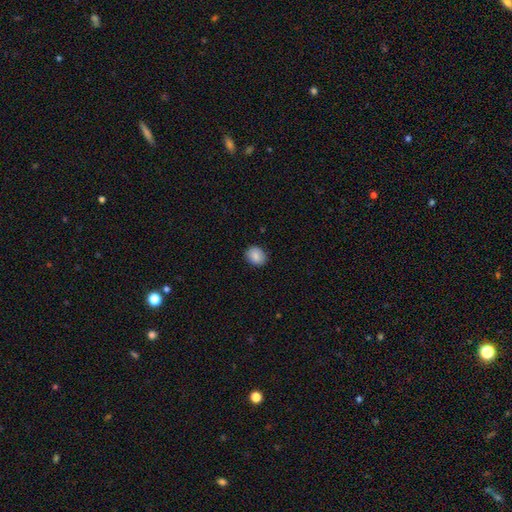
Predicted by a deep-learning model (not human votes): The model was most divided on "how rounded": round: 62%, in between: 37%, cigar-shaped: 1%. More confident: merging — none (88%); smooth or featured — smooth (85%).